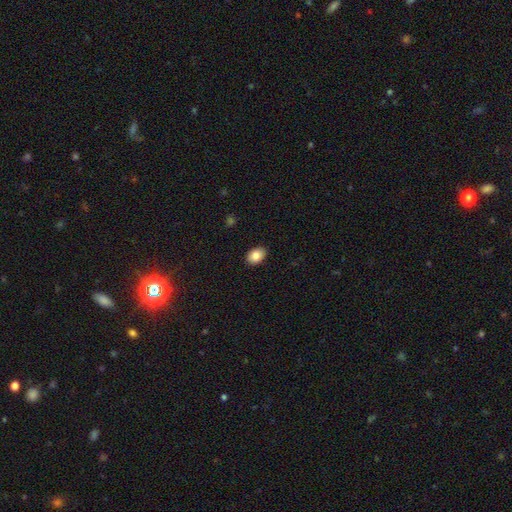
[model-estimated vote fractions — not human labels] Morphology: type=smooth (85%); roundness=in between (81%); merging=none (89%).